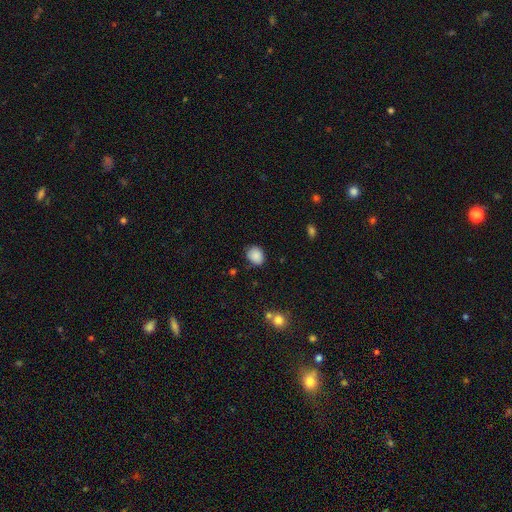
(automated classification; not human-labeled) smooth-or-featured: smooth: 87% | star or artifact: 8% | featured or disk: 4%
  how-rounded: in between: 51% | round: 48% | cigar-shaped: 1%
  merging: none: 80% | minor disturbance: 16% | major disturbance: 3% | merger: 2%